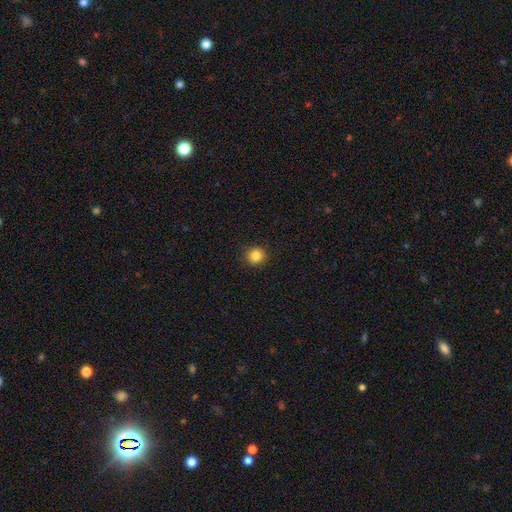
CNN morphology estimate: Smooth or featured? smooth (85%)
How rounded? round (93%)
Merging? none (91%)